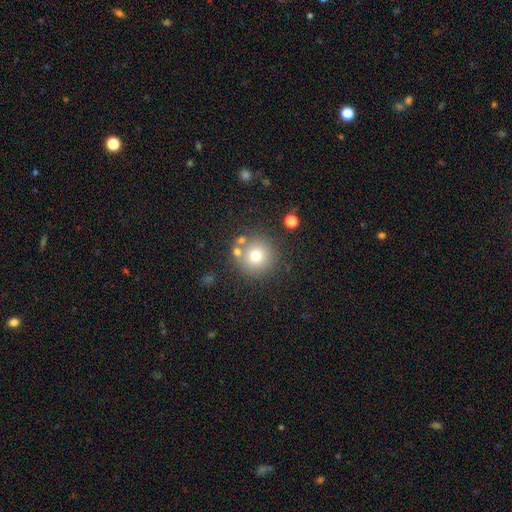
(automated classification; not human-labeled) A smooth galaxy with no disk features (72%) that is round (95%). Merging: none (77%).